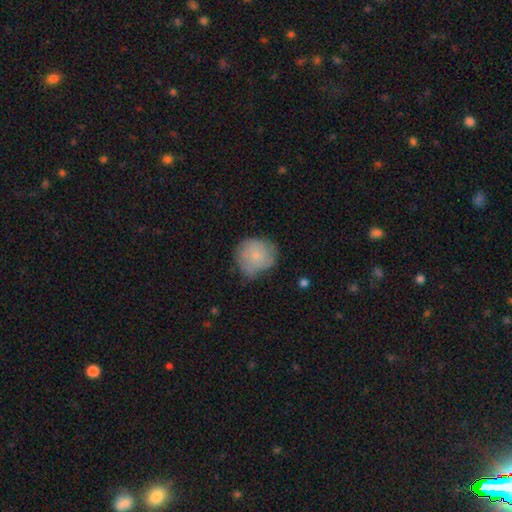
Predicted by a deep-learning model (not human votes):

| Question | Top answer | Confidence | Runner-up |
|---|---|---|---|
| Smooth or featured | smooth | 67% | featured or disk (25%) |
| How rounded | round | 84% | in between (15%) |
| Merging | none | 53% | minor disturbance (34%) |